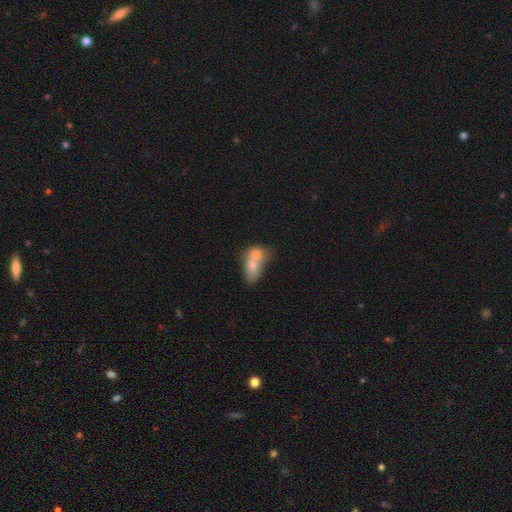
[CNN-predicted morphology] Smooth or featured: smooth — 68% (featured or disk — 23%)
How rounded: in between — 72% (round — 24%)
Merging: merger — 75% (none — 15%)